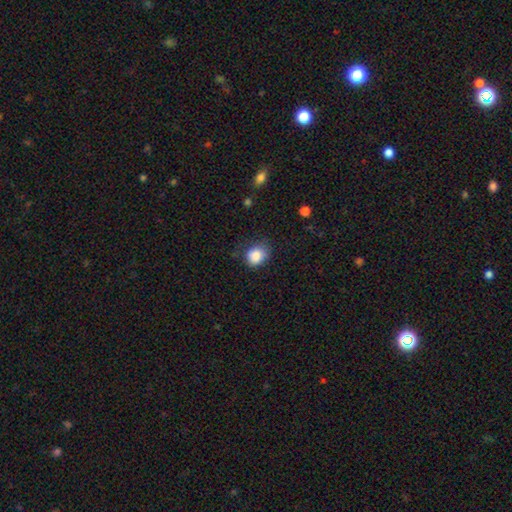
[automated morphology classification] Overall: smooth (86%). How rounded: round (57%; in between 42%). Merging: none (63%; minor disturbance 28%).